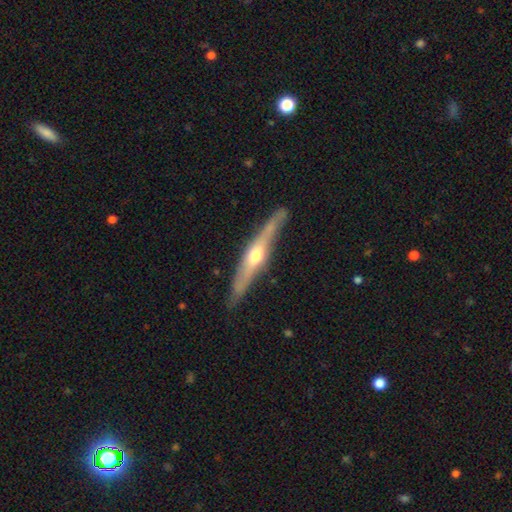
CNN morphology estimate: This is likely a featured or disk galaxy (77%). It is clearly viewed edge-on (95%). Edge-on bulge: clearly rounded (89%). Merging: clearly none (85%).